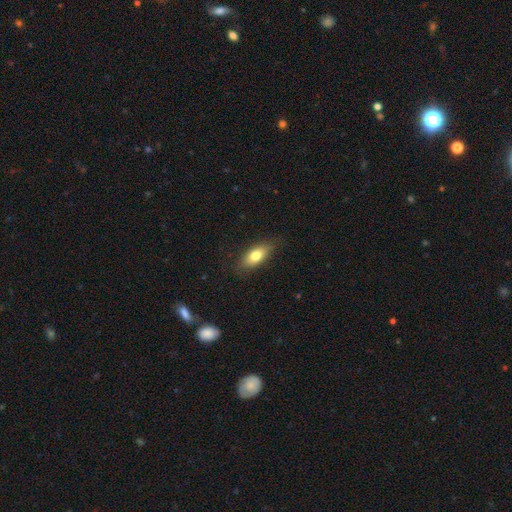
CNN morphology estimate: Smooth or featured? smooth (77%)
How rounded? in between (83%)
Merging? none (82%)